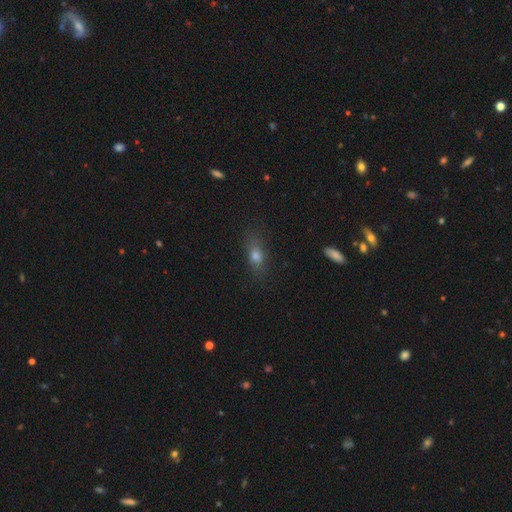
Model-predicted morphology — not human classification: Q: Smooth or featured?
A: smooth (68%); runner-up: featured or disk (18%)
Q: How rounded?
A: in between (59%); runner-up: cigar-shaped (29%)
Q: Merging?
A: none (78%); runner-up: minor disturbance (15%)